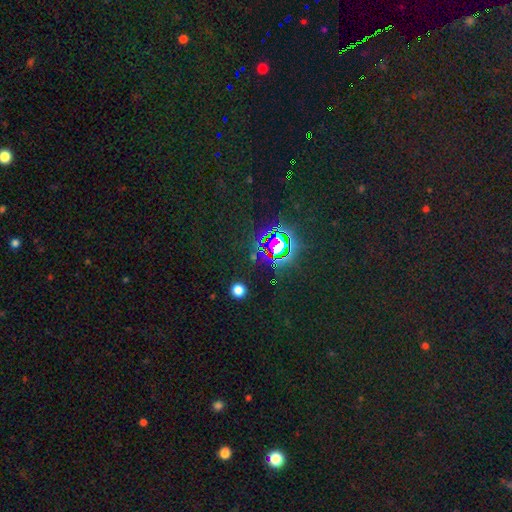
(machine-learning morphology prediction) smooth_or_featured: star or artifact (p=0.79) [alt: smooth p=0.14]